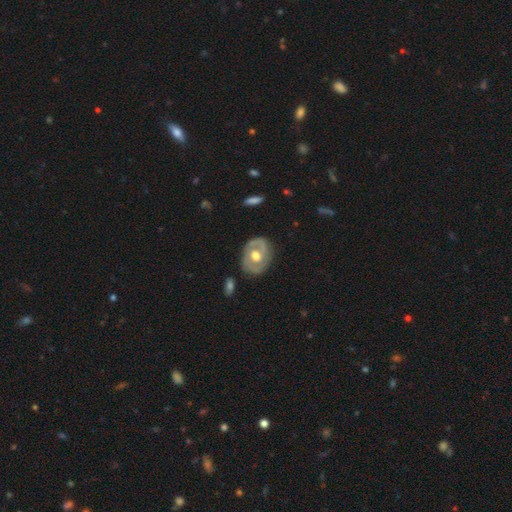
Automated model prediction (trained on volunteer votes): Overall: featured or disk (69%). Edge-on disk: no (95%). Bar: no (63%; weak 29%). Spiral arms: yes (56%; no 44%). Bulge size: moderate (69%). Merging: none (78%).